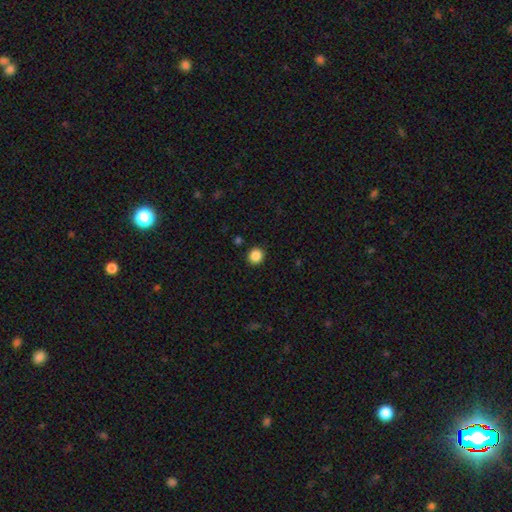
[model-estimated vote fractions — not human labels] smooth_or_featured: smooth (p=0.87) [alt: star or artifact p=0.10]
how_rounded: round (p=0.90) [alt: in between p=0.09]
merging: none (p=0.91) [alt: minor disturbance p=0.06]